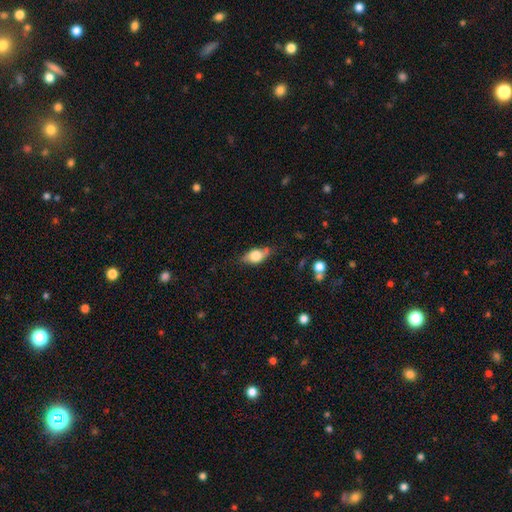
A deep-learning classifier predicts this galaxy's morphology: A smooth galaxy with no disk features (68%) that is in between round and cigar-shaped (81%).

Vote fractions:
- Smooth or featured? smooth: 68% / featured or disk: 25% / star or artifact: 8%
- How rounded? in between: 81% / round: 11% / cigar-shaped: 9%
- Merging? none: 66% / minor disturbance: 24% / major disturbance: 6% / merger: 4%